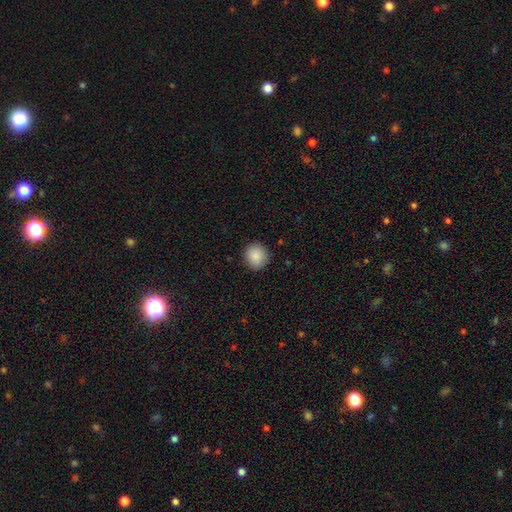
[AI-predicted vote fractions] Smooth or featured? smooth (88%)
How rounded? round (87%)
Merging? none (90%)